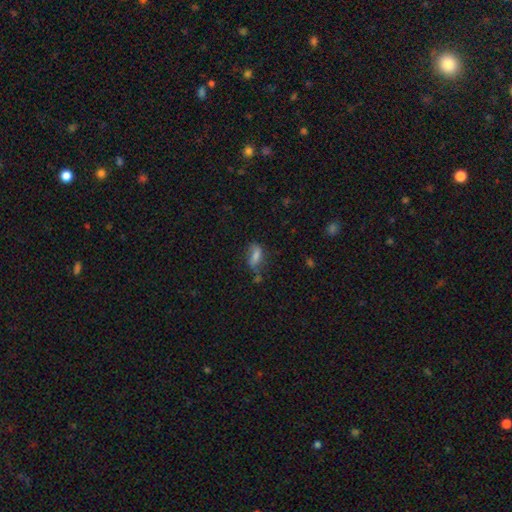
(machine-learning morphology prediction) Overall: smooth (58%; featured or disk 28%). How rounded: in between (75%). Merging: none (48%; minor disturbance 27%).